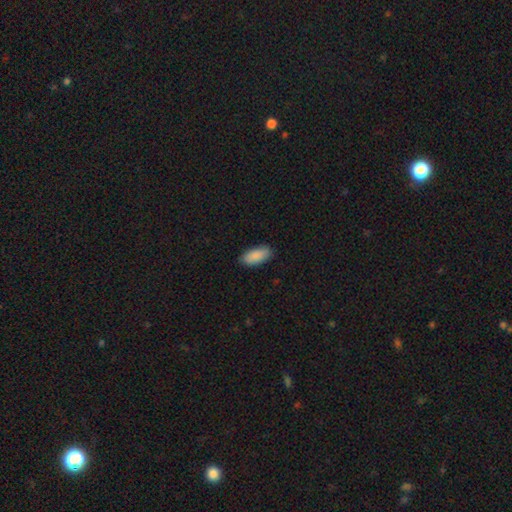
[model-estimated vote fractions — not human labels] Smooth or featured? Predicted: smooth (p=0.90). How rounded? Predicted: in between (p=0.89). Merging? Predicted: none (p=0.88).